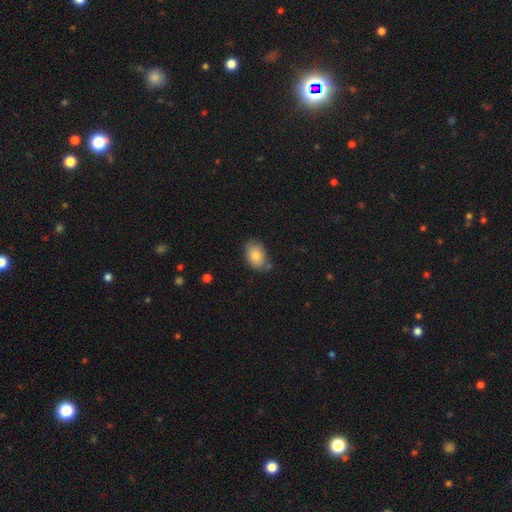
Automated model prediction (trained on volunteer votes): This is likely a smooth galaxy (79%). How rounded: clearly in between (82%). Merging: likely none (70%).